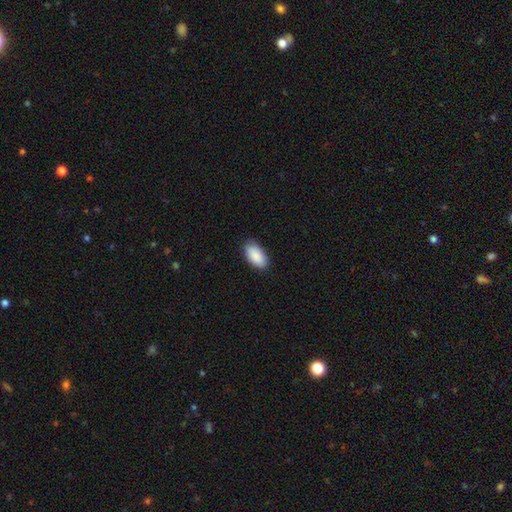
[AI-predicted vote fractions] A smooth galaxy with no disk features (90%) that is in between round and cigar-shaped (94%). Merging: none (86%).